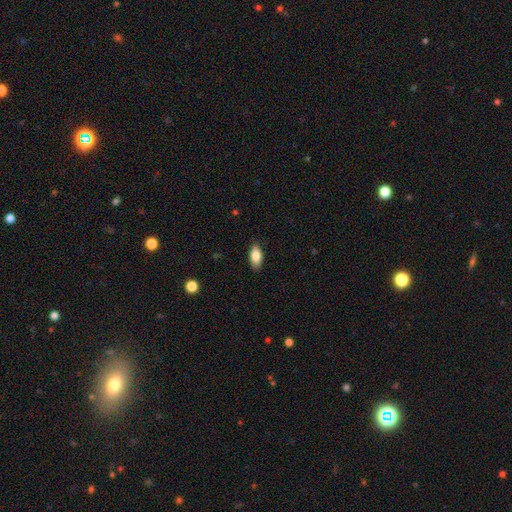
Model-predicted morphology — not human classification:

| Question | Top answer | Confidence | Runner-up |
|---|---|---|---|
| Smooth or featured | smooth | 84% | featured or disk (10%) |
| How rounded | in between | 88% | cigar-shaped (9%) |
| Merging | none | 87% | minor disturbance (10%) |